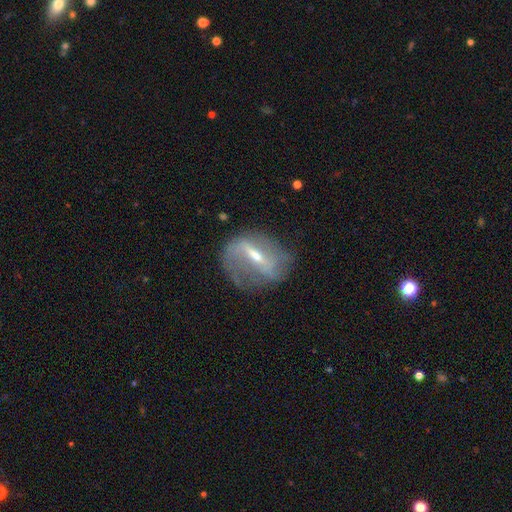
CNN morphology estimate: Q: Smooth or featured?
A: featured or disk (75%); runner-up: smooth (17%)
Q: Edge-on disk?
A: no (88%); runner-up: yes (12%)
Q: Bar?
A: strong (53%); runner-up: weak (36%)
Q: Spiral arms?
A: yes (69%); runner-up: no (31%)
Q: Bulge size?
A: small (47%); runner-up: moderate (44%)
Q: Merging?
A: none (56%); runner-up: minor disturbance (23%)